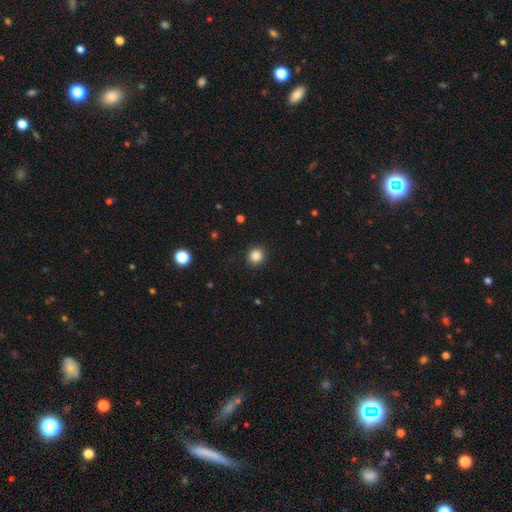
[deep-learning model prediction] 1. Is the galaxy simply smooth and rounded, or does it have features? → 86% smooth, 11% star or artifact, 3% featured or disk.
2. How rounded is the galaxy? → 88% round, 12% in between, 1% cigar-shaped.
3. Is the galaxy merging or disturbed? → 91% none, 6% minor disturbance, 2% major disturbance, 1% merger.